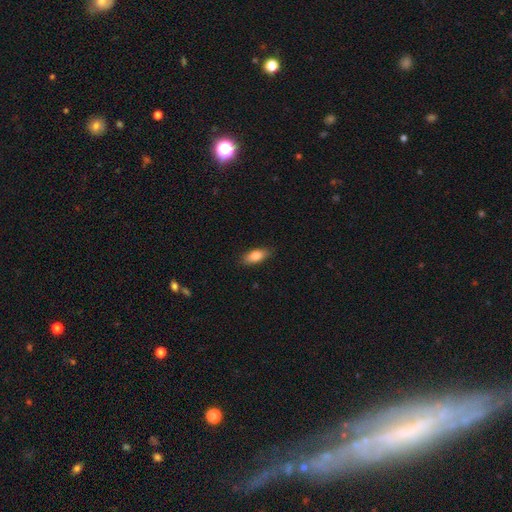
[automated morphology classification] Smooth or featured? Predicted: smooth (p=0.81). How rounded? Predicted: in between (p=0.82). Merging? Predicted: none (p=0.86).